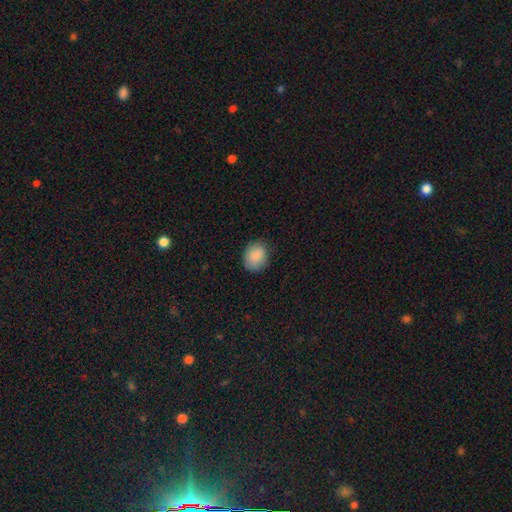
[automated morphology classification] Smooth or featured? Predicted: smooth (p=0.88). How rounded? Predicted: in between (p=0.50). Merging? Predicted: none (p=0.79).